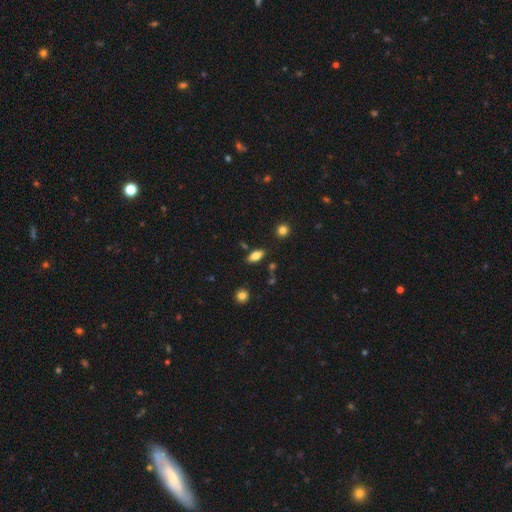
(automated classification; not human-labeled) Smooth or featured? Predicted: smooth (p=0.75). How rounded? Predicted: in between (p=0.85). Merging? Predicted: none (p=0.83).